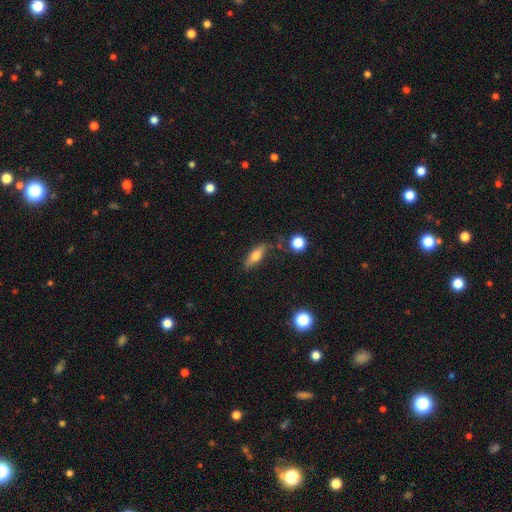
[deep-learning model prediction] Morphology: type=smooth (62%); roundness=in between (53%); merging=none (74%).